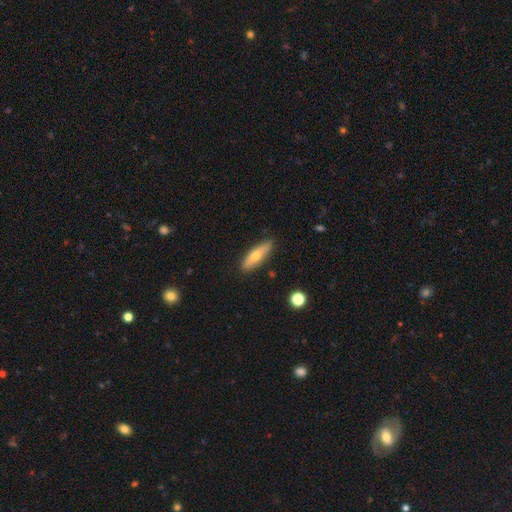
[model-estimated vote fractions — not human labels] smooth-or-featured: smooth: 61% | featured or disk: 33% | star or artifact: 6%
  how-rounded: cigar-shaped: 53% | in between: 45% | round: 3%
  merging: none: 86% | minor disturbance: 11% | major disturbance: 2% | merger: 2%